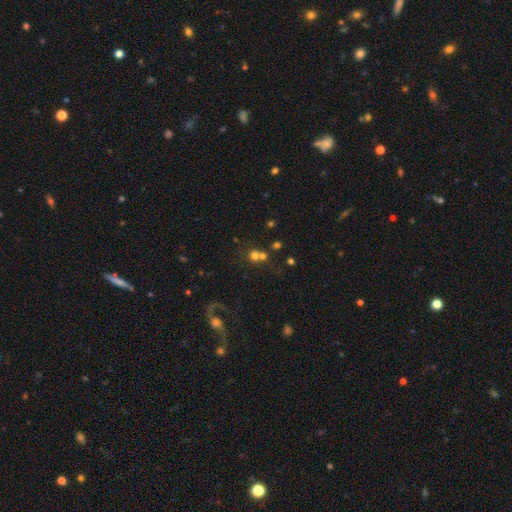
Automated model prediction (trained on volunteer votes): Smooth or featured? smooth (60%)
How rounded? round (87%)
Merging? none (46%)